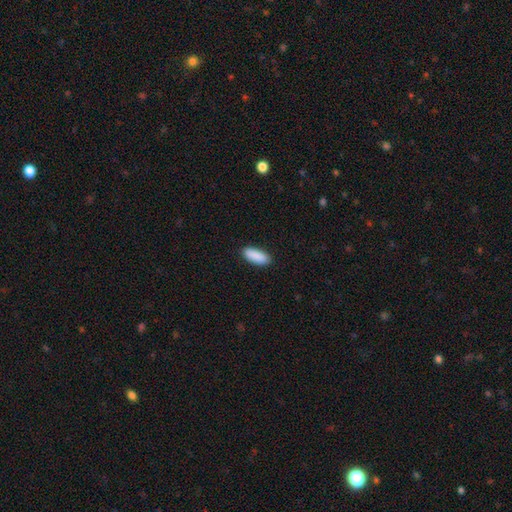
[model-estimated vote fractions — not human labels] Morphology: type=smooth (91%); roundness=in between (73%); merging=none (89%).